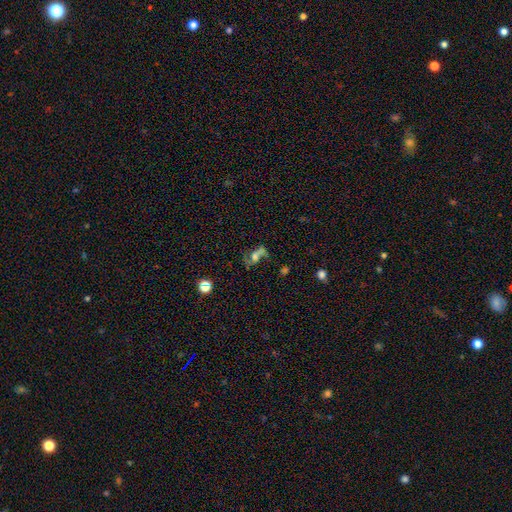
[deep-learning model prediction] Smooth or featured? Predicted: featured or disk (p=0.57). Edge-on disk? Predicted: no (p=0.92). Bar? Predicted: no (p=0.56). Spiral arms? Predicted: yes (p=0.77). Bulge size? Predicted: moderate (p=0.38). Merging? Predicted: none (p=0.44).